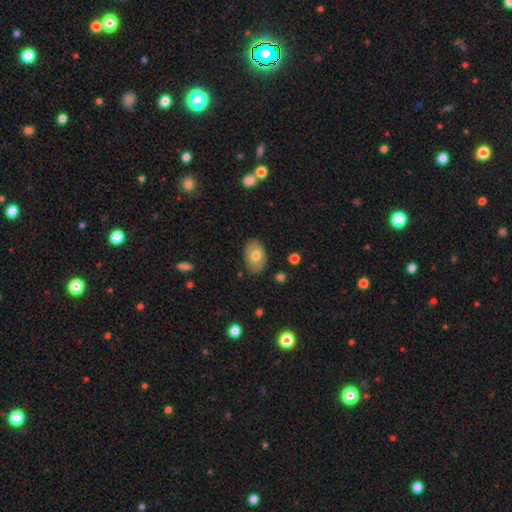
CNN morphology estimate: Smooth or featured?
  - smooth: 68% *
  - featured or disk: 25%
  - star or artifact: 7%
How rounded?
  - in between: 84% *
  - round: 15%
  - cigar-shaped: 1%
Merging?
  - none: 83% *
  - minor disturbance: 13%
  - major disturbance: 3%
  - merger: 1%